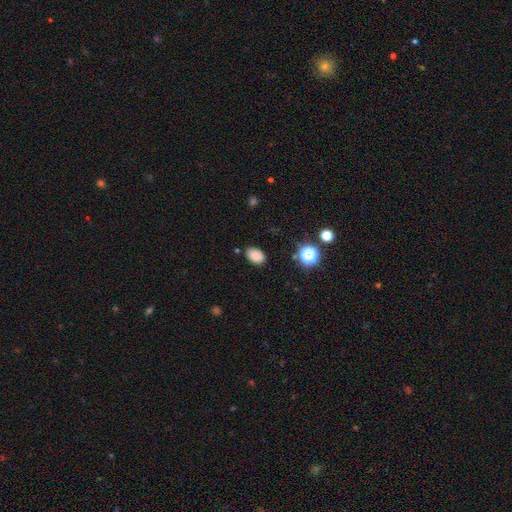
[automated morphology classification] This appears to be a smooth galaxy with no disk features (83%) that is in between round and cigar-shaped (84%). Merging: none (85%).